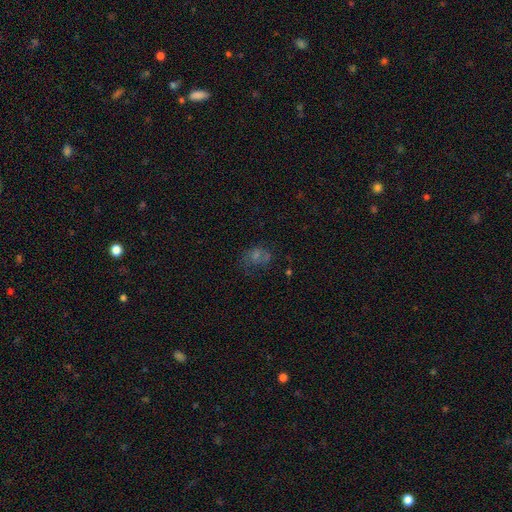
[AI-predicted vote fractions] This is marginally a smooth galaxy (41%). Merging: possibly none (47%).